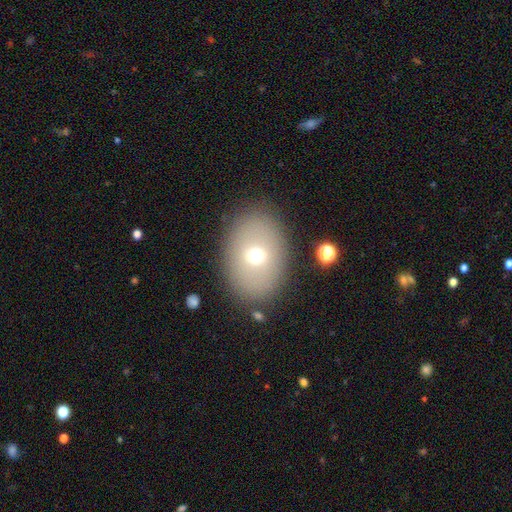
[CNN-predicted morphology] Smooth or featured? smooth (65%)
How rounded? in between (74%)
Merging? none (86%)